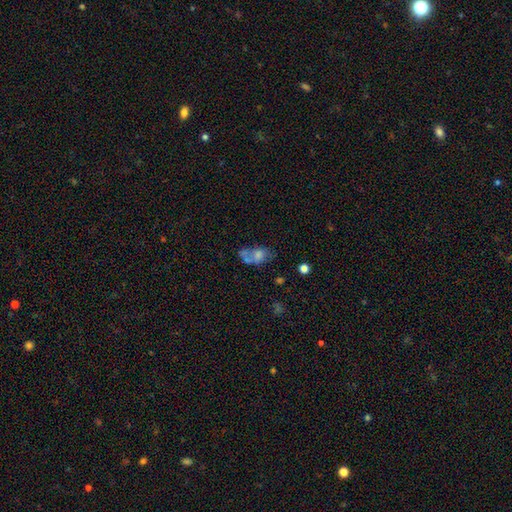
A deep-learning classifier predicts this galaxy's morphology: smooth 54%, featured or disk 33%, star or artifact 13%. Down the decision tree: how rounded — in between (84%); merging — major disturbance (28%).